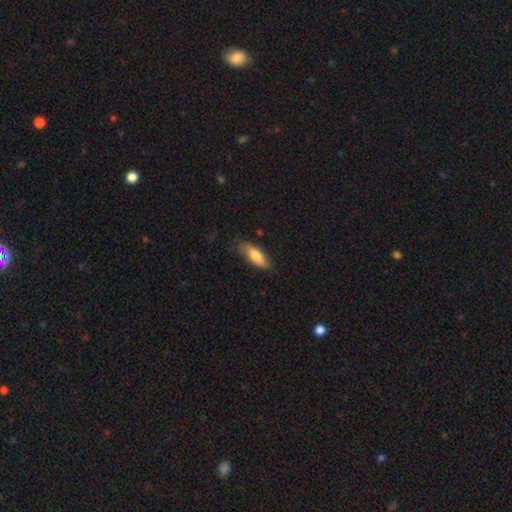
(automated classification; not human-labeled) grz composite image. It shows a smooth galaxy with no disk features (74%) that is in between round and cigar-shaped (70%). Merging: none (72%).